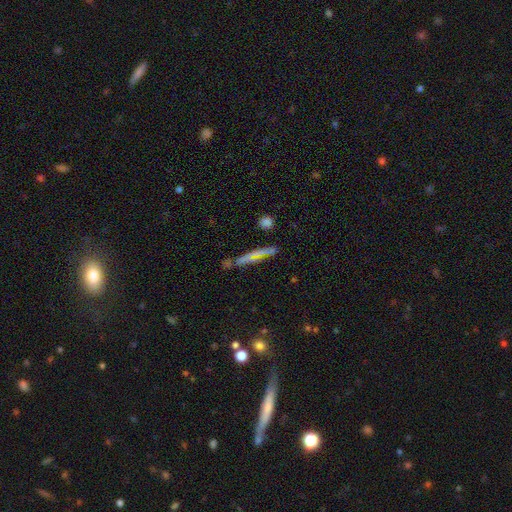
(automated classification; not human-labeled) Smooth or featured? smooth (51%)
How rounded? cigar-shaped (90%)
Merging? none (73%)